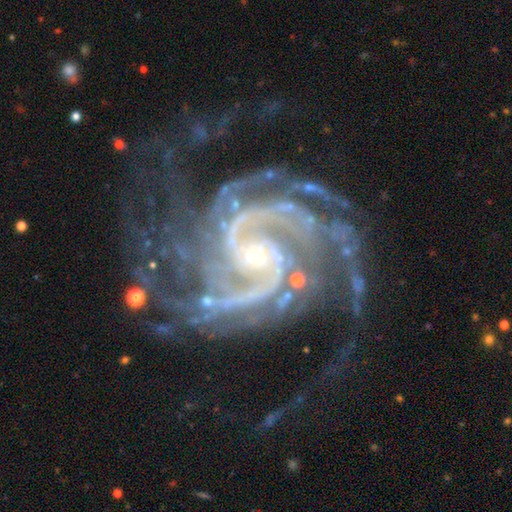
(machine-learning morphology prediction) Smooth or featured? Predicted: featured or disk (p=0.94). Edge-on disk? Predicted: no (p=0.98). Bar? Predicted: no (p=0.51). Spiral arms? Predicted: yes (p=0.99). Spiral winding? Predicted: tight (p=0.51). Spiral arm count? Predicted: 2 (p=0.34). Bulge size? Predicted: small (p=0.75). Merging? Predicted: none (p=0.64).